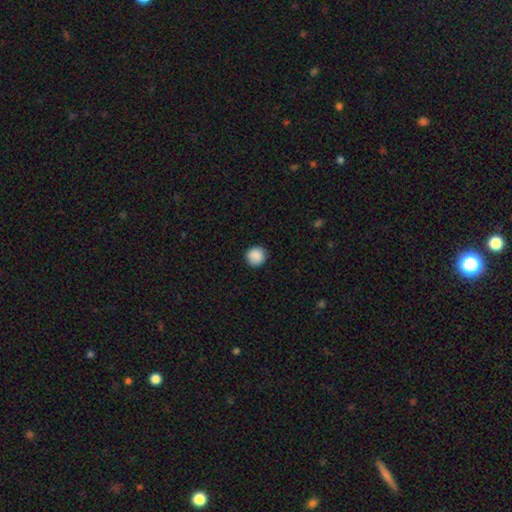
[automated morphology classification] A smooth galaxy with no disk features (89%) that is round (94%).

Vote fractions:
- Smooth or featured? smooth: 89% / star or artifact: 8% / featured or disk: 2%
- How rounded? round: 94% / in between: 5% / cigar-shaped: 1%
- Merging? none: 91% / minor disturbance: 6% / major disturbance: 2% / merger: 1%